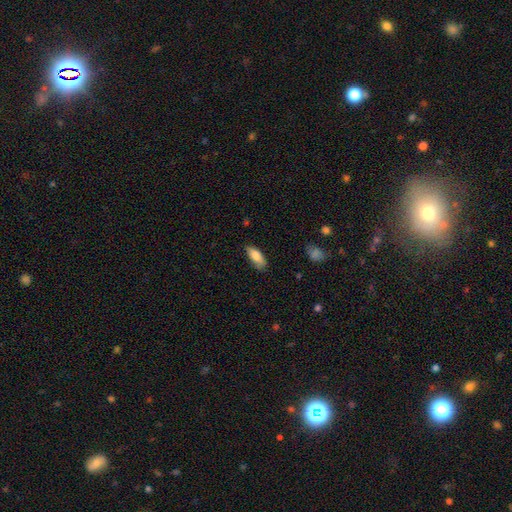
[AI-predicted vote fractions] This is clearly a smooth galaxy (83%). How rounded: likely in between (78%). Merging: likely none (75%).